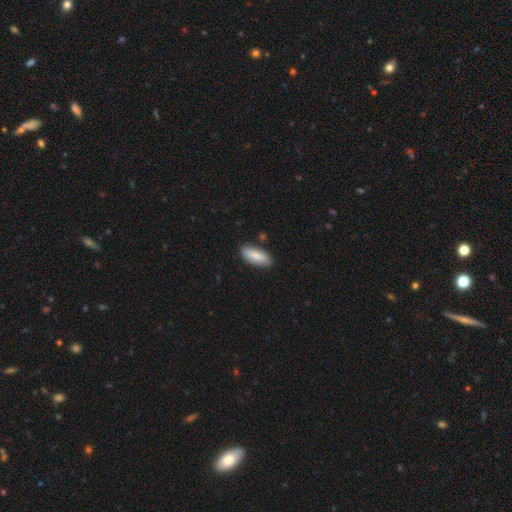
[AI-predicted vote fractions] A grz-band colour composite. It shows a smooth galaxy with no disk features (83%) that is in between round and cigar-shaped (81%). Merging: none (83%).